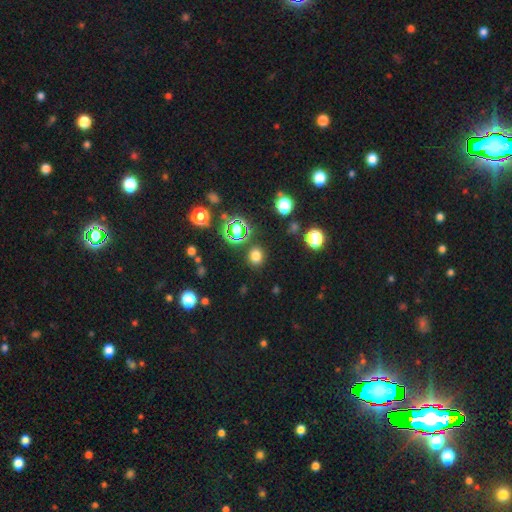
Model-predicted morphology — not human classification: type=smooth (73%); roundness=round (75%); merging=none (87%).